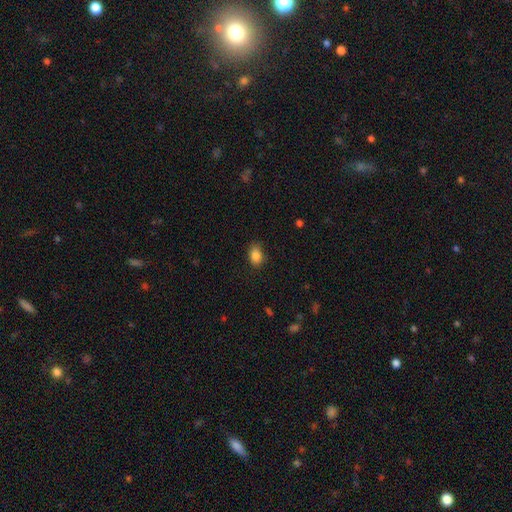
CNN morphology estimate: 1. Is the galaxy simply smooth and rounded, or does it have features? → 86% smooth, 9% star or artifact, 5% featured or disk.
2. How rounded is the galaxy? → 78% in between, 21% round, 1% cigar-shaped.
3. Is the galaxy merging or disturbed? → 80% none, 16% minor disturbance, 3% major disturbance, 1% merger.